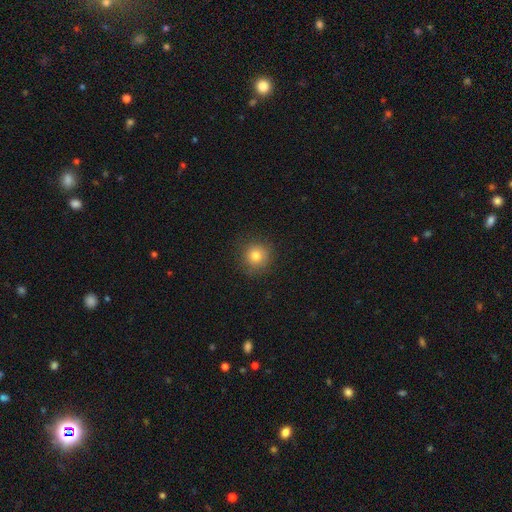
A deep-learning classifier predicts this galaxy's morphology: A smooth galaxy with no disk features (80%) that is round (93%).

Vote fractions:
- Smooth or featured? smooth: 80% / star or artifact: 12% / featured or disk: 8%
- How rounded? round: 93% / in between: 6% / cigar-shaped: 1%
- Merging? none: 88% / minor disturbance: 9% / major disturbance: 3% / merger: 1%